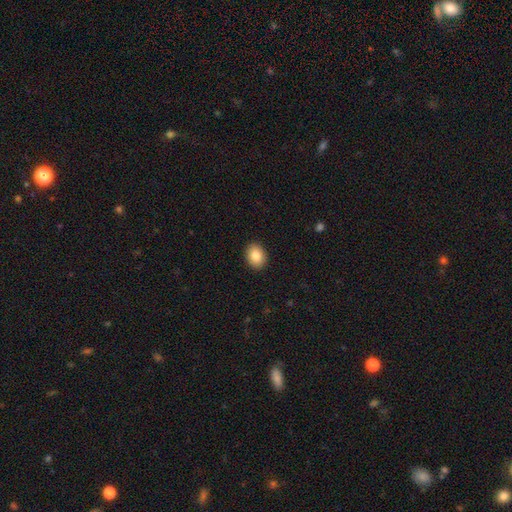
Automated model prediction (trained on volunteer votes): Overall: smooth (85%). How rounded: in between (61%; round 38%). Merging: none (91%).